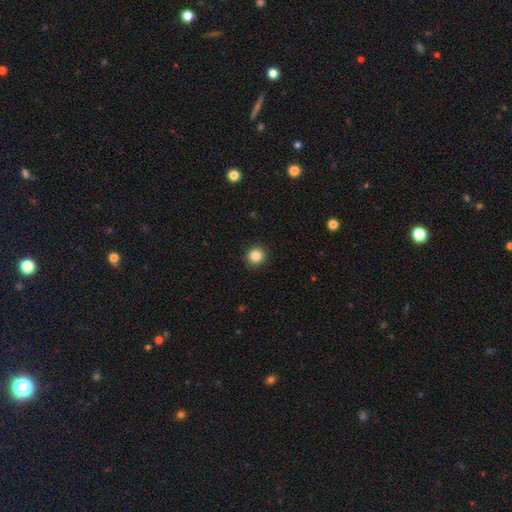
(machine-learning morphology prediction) smooth_or_featured: smooth (p=0.85) [alt: star or artifact p=0.10]
how_rounded: round (p=0.92) [alt: in between p=0.07]
merging: none (p=0.93) [alt: minor disturbance p=0.05]